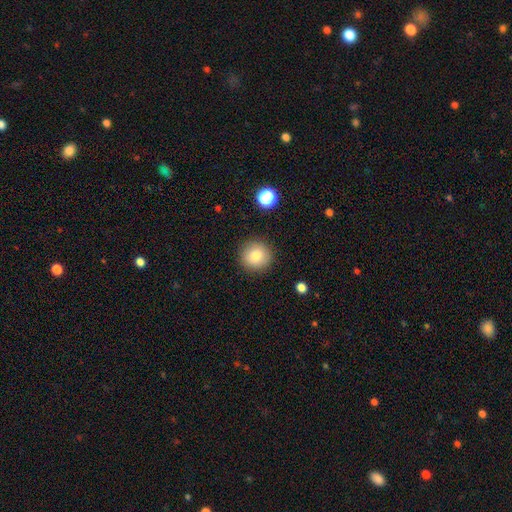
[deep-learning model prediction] Smooth or featured?
  - smooth: 81% *
  - star or artifact: 10%
  - featured or disk: 9%
How rounded?
  - round: 94% *
  - in between: 5%
  - cigar-shaped: 1%
Merging?
  - none: 90% *
  - minor disturbance: 7%
  - major disturbance: 2%
  - merger: 1%